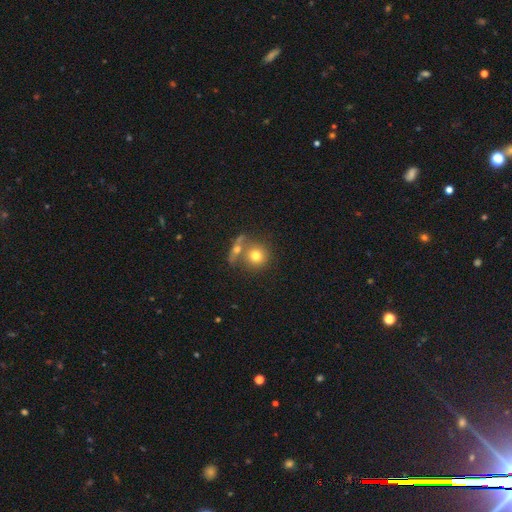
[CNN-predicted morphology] smooth_or_featured: smooth (p=0.72) [alt: featured or disk p=0.17]
how_rounded: round (p=0.87) [alt: in between p=0.12]
merging: none (p=0.54) [alt: merger p=0.34]